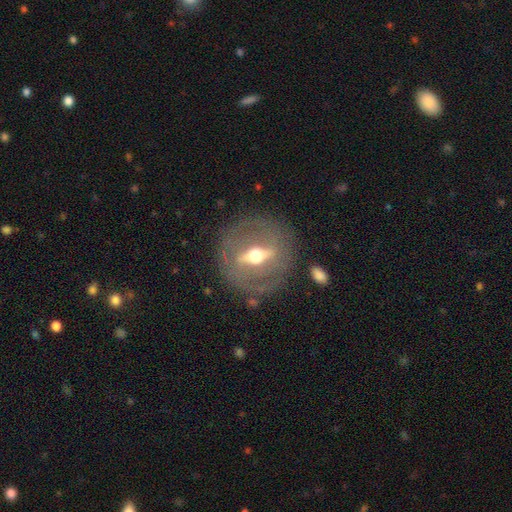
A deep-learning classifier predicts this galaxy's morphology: featured or disk 79%, smooth 15%, star or artifact 6%. Down the decision tree: edge-on disk — no (62%); merging — none (82%).